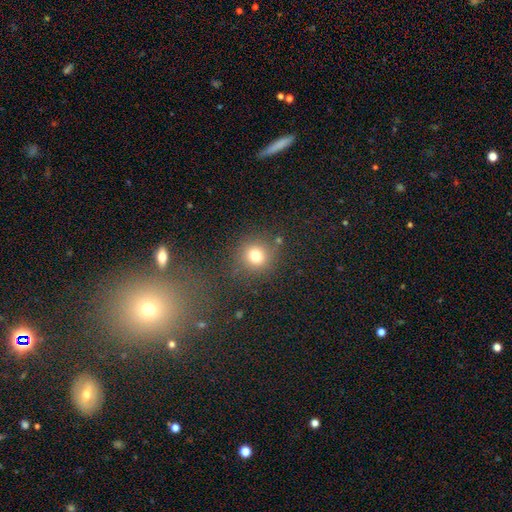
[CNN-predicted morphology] The model was most divided on "smooth or featured": smooth: 78%, star or artifact: 15%, featured or disk: 7%. More confident: how rounded — round (90%); merging — none (79%).